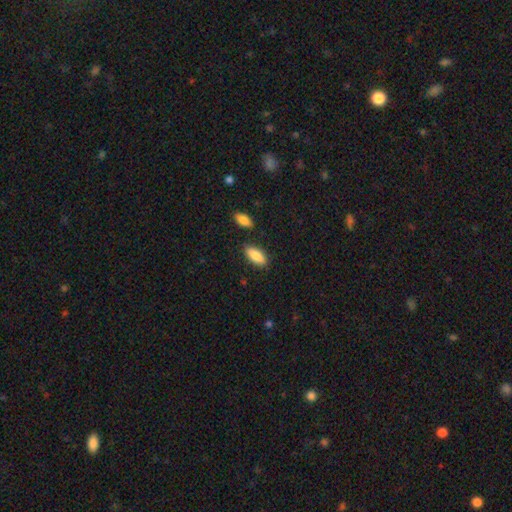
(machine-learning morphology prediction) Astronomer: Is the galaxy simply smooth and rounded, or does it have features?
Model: smooth — 87%.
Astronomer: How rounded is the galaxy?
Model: in between — 83%.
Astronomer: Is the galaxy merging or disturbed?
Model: none — 82%.